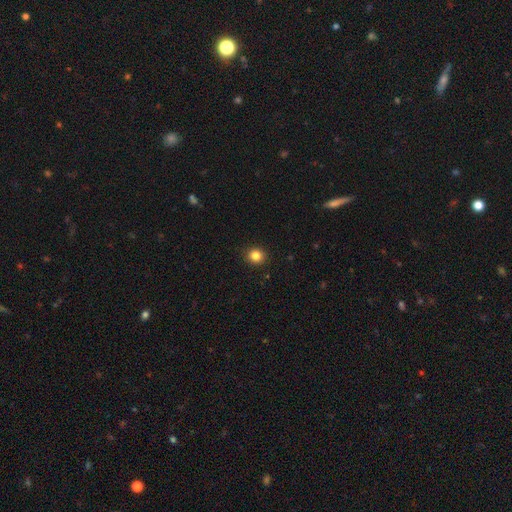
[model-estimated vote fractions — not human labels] Smooth or featured? smooth (84%)
How rounded? round (88%)
Merging? none (92%)